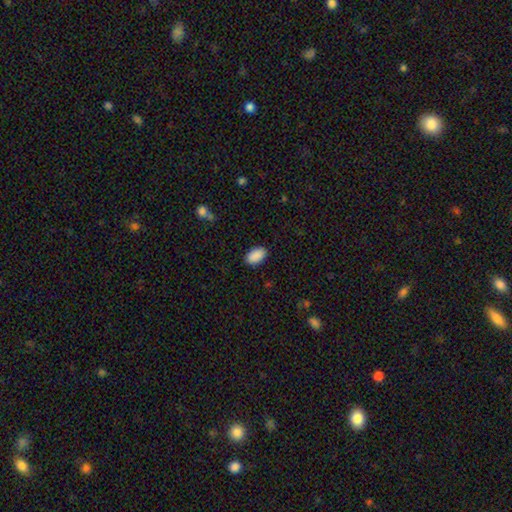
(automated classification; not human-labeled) smooth_or_featured: smooth (p=0.90) [alt: star or artifact p=0.07]
how_rounded: in between (p=0.93) [alt: round p=0.05]
merging: none (p=0.88) [alt: minor disturbance p=0.09]